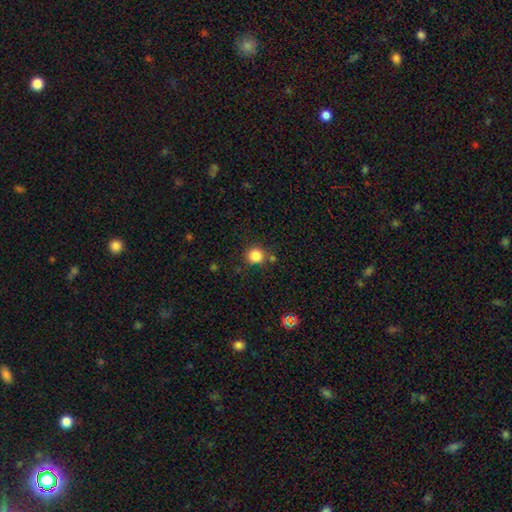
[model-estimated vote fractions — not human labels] Q: Smooth or featured?
A: smooth (84%); runner-up: star or artifact (12%)
Q: How rounded?
A: round (91%); runner-up: in between (8%)
Q: Merging?
A: none (80%); runner-up: minor disturbance (11%)